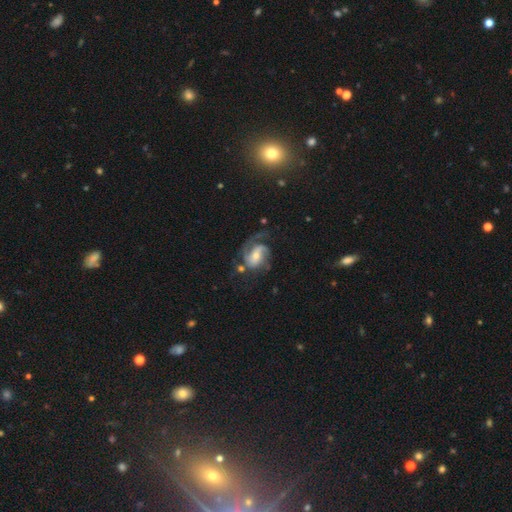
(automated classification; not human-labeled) A featured or disk galaxy (83%) with no bar (43%), 2 (56%) medium (48%) spiral arms (95%) and a small central bulge (46%). Merging: none (50%).